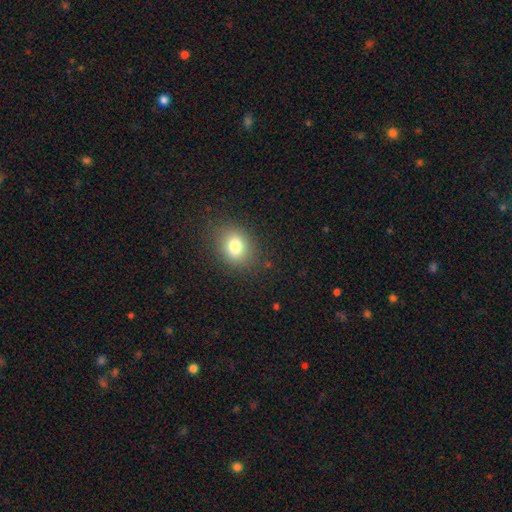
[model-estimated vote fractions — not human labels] Overall: smooth (76%). How rounded: round (52%; in between 47%). Merging: none (89%).